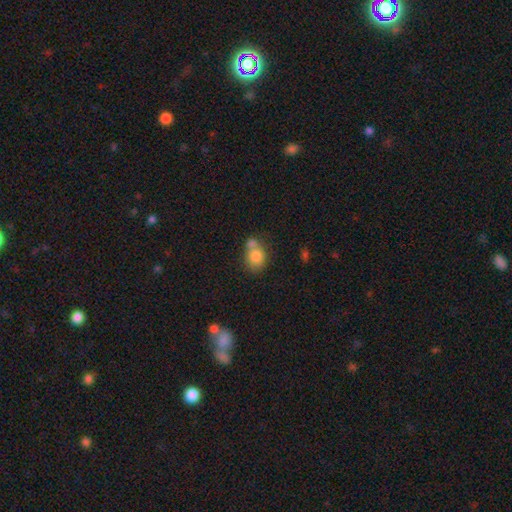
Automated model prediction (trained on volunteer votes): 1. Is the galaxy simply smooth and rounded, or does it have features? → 80% smooth, 11% featured or disk, 9% star or artifact.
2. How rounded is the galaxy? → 55% round, 43% in between, 1% cigar-shaped.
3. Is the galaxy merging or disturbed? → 44% merger, 39% none, 12% minor disturbance, 5% major disturbance.